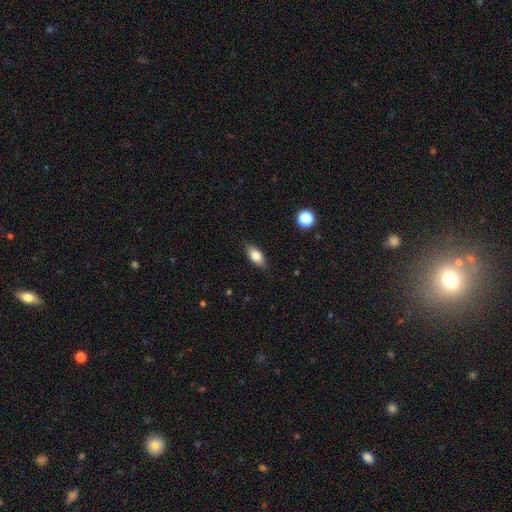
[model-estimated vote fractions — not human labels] smooth 80%, featured or disk 13%, star or artifact 8%. Down the decision tree: how rounded — in between (86%); merging — none (84%).